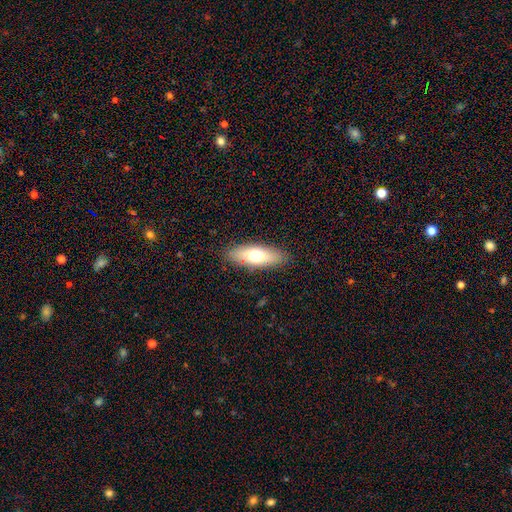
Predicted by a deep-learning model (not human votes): The model was most divided on "how rounded": in between: 57%, cigar-shaped: 40%, round: 3%. More confident: merging — none (86%); smooth or featured — smooth (65%).